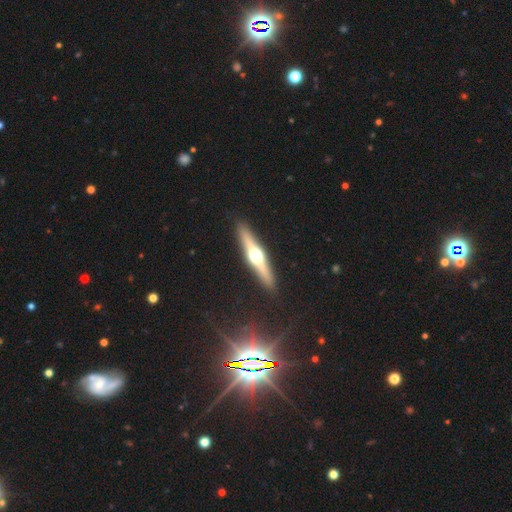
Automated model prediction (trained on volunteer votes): smooth_or_featured: featured or disk (p=0.72) [alt: smooth p=0.22]
disk_edge_on: yes (p=0.97) [alt: no p=0.03]
edge_on_bulge: rounded (p=0.96) [alt: boxy p=0.02]
merging: none (p=0.91) [alt: minor disturbance p=0.06]